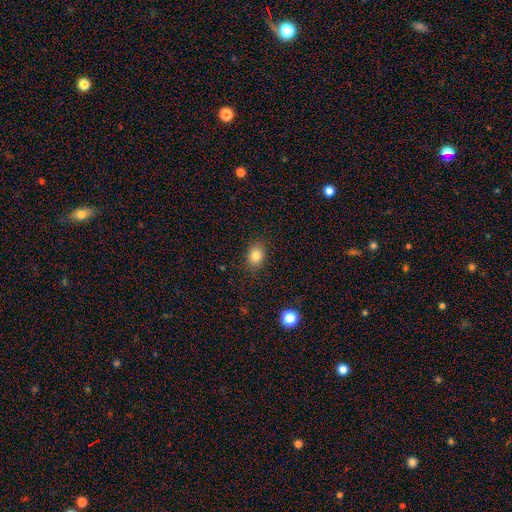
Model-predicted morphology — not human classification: The model was most divided on "how rounded": in between: 64%, round: 35%, cigar-shaped: 1%. More confident: merging — none (86%); smooth or featured — smooth (83%).